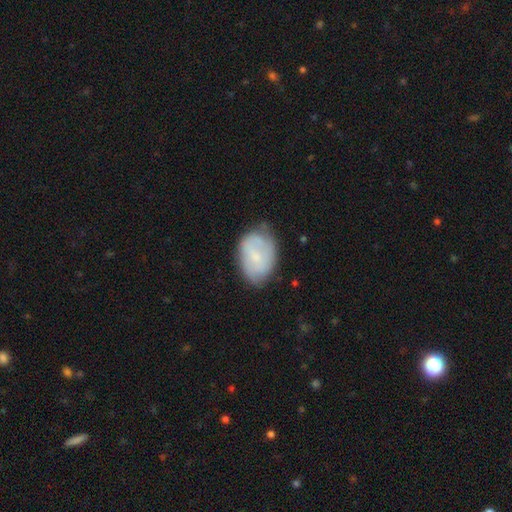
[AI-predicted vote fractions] smooth 56%, featured or disk 36%, star or artifact 8%. Down the decision tree: how rounded — in between (82%); merging — none (64%).